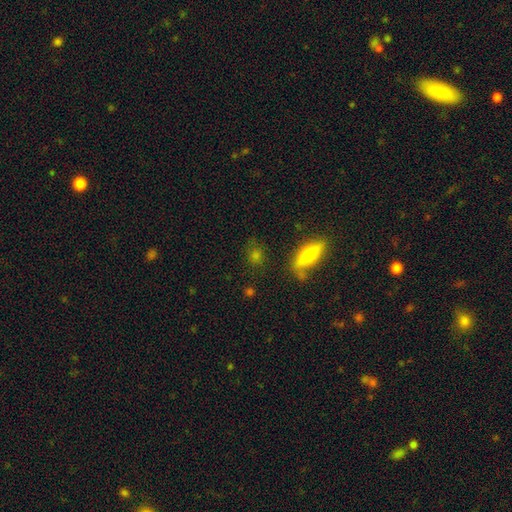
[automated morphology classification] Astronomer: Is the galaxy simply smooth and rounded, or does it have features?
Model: smooth — 57%.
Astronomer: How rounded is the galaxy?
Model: in between — 40% (runner-up: round, 36%).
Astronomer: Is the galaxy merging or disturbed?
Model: none — 75%.